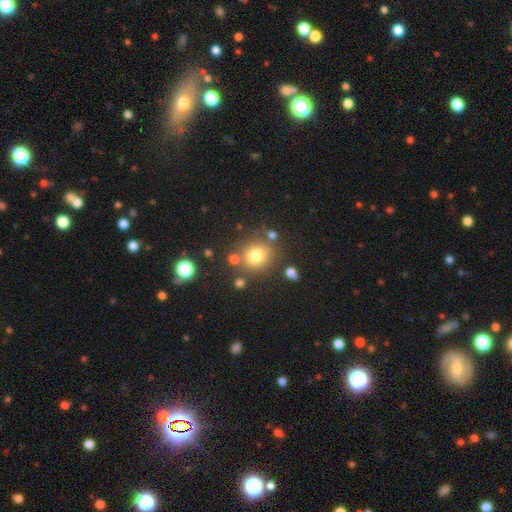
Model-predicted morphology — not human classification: smooth_or_featured: smooth (p=0.77) [alt: star or artifact p=0.14]
how_rounded: round (p=0.81) [alt: in between p=0.18]
merging: none (p=0.76) [alt: minor disturbance p=0.11]